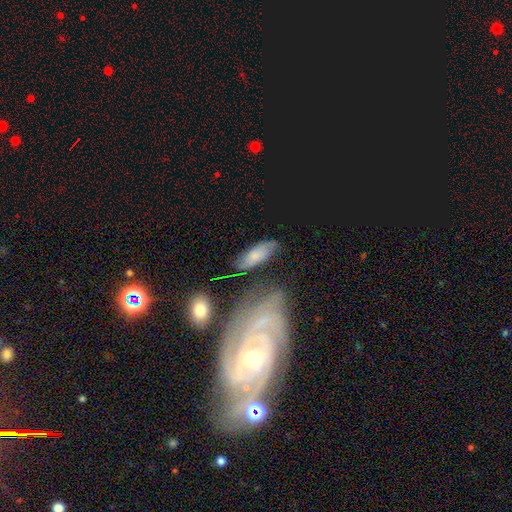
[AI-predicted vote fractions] Smooth or featured: smooth — 61% (featured or disk — 31%)
How rounded: in between — 70% (cigar-shaped — 27%)
Merging: none — 68% (minor disturbance — 20%)